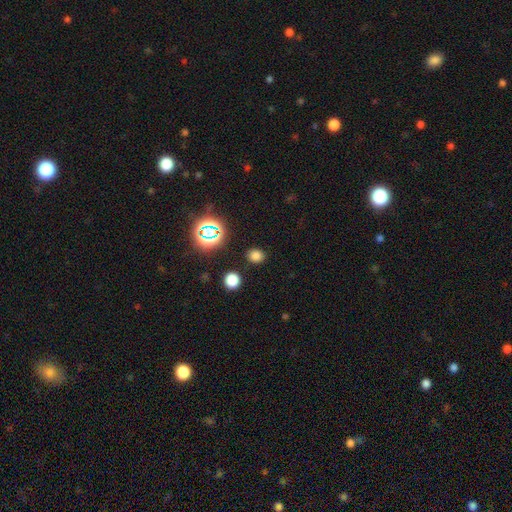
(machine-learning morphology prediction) type=smooth (73%); roundness=round (64%); merging=none (87%).